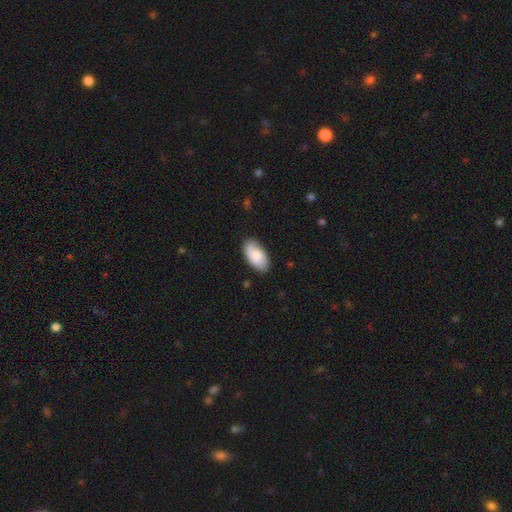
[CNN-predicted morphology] type=smooth (86%); roundness=in between (95%); merging=none (85%).